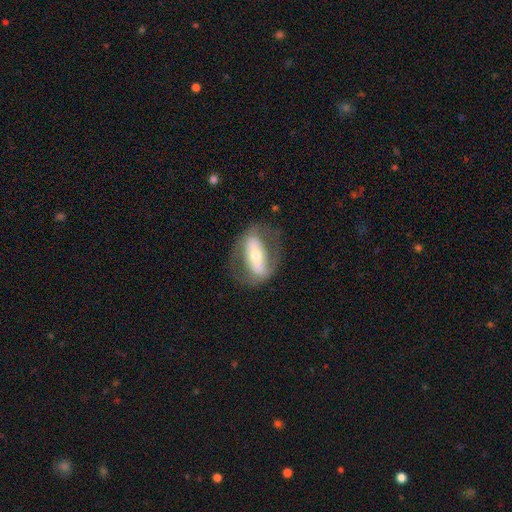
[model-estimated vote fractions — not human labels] Smooth or featured?
  - featured or disk: 67% *
  - smooth: 27%
  - star or artifact: 6%
Edge-on disk?
  - no: 84% *
  - yes: 16%
Bar?
  - strong: 58% *
  - no: 24%
  - weak: 18%
Spiral arms?
  - no: 56% *
  - yes: 44%
Bulge size?
  - moderate: 57% *
  - small: 33%
  - large: 7%
  - dominant: 2%
  - none: 1%
Merging?
  - none: 70% *
  - minor disturbance: 16%
  - major disturbance: 12%
  - merger: 1%